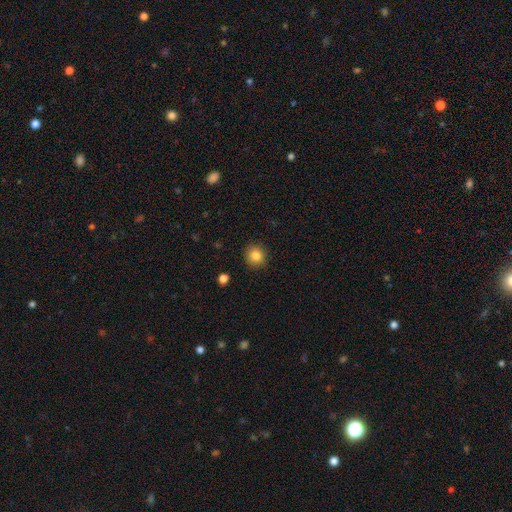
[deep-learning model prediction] Smooth or featured? smooth (84%)
How rounded? round (90%)
Merging? none (90%)